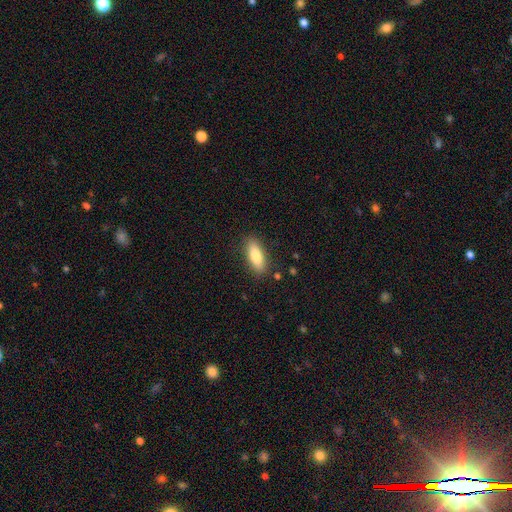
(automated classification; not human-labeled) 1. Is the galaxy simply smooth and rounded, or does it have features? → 80% smooth, 14% featured or disk, 6% star or artifact.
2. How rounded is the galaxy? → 68% in between, 29% cigar-shaped, 2% round.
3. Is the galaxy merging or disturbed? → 86% none, 10% minor disturbance, 2% major disturbance, 1% merger.